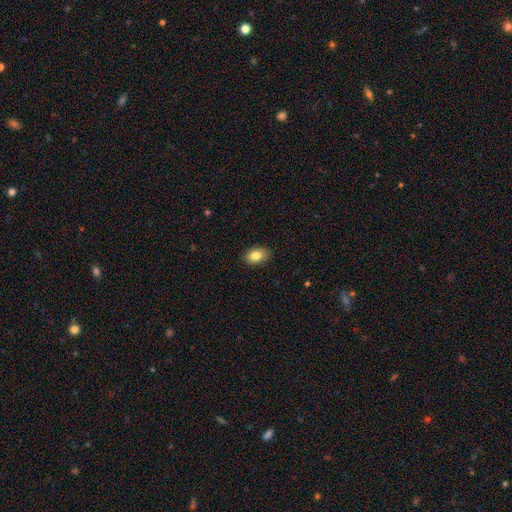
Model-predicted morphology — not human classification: This is clearly a smooth galaxy (83%). How rounded: clearly in between (83%). Merging: clearly none (89%).